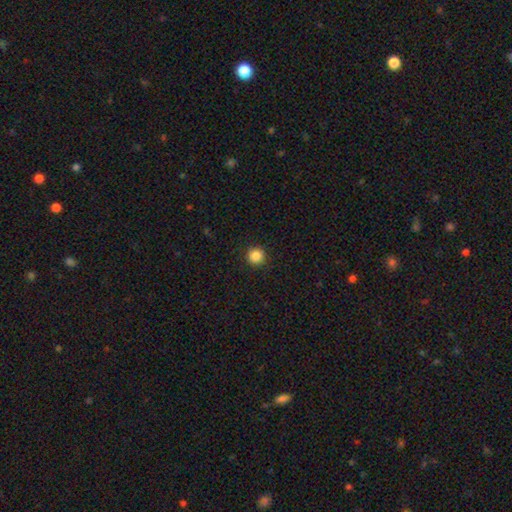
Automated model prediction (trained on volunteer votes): Overall: smooth (86%). How rounded: round (96%). Merging: none (92%).